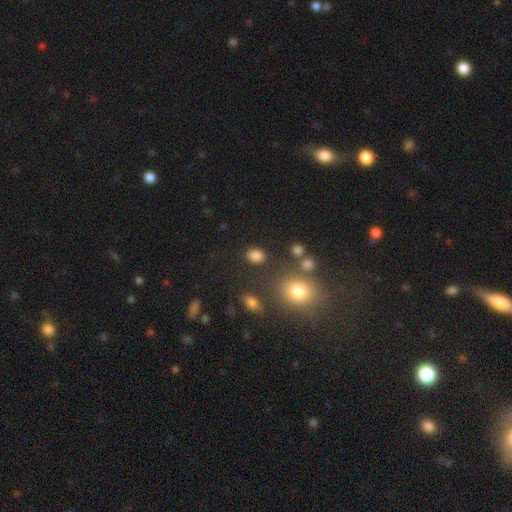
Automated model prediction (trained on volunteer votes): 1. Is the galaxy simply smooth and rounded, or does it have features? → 83% smooth, 12% star or artifact, 5% featured or disk.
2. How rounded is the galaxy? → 75% in between, 23% round, 2% cigar-shaped.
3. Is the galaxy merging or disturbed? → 79% none, 12% minor disturbance, 5% merger, 4% major disturbance.